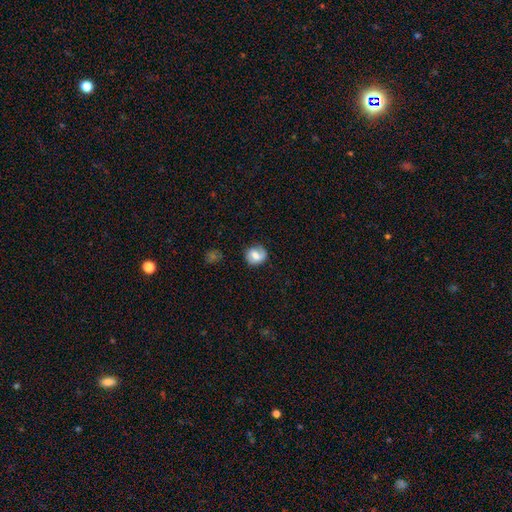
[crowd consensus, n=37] Smooth or featured: featured or disk — 59% (smooth — 35%)
Edge-on disk: no — 95% (yes — 5%)
Bar: weak — 67% (no — 19%)
Spiral arms: yes — 86% (no — 14%)
Spiral winding: medium — 39% (tight — 33%)
Spiral arm count: 2 — 50% (1 — 28%)
Bulge size: moderate — 52% (large — 29%)
Merging: none — 80% (minor disturbance — 11%)